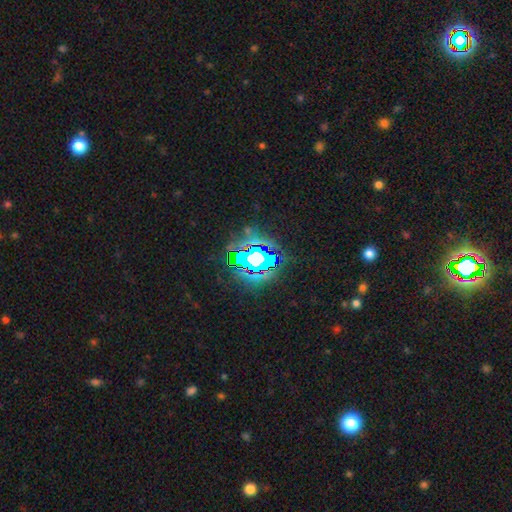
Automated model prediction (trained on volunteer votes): Morphology: type=star or artifact (80%).